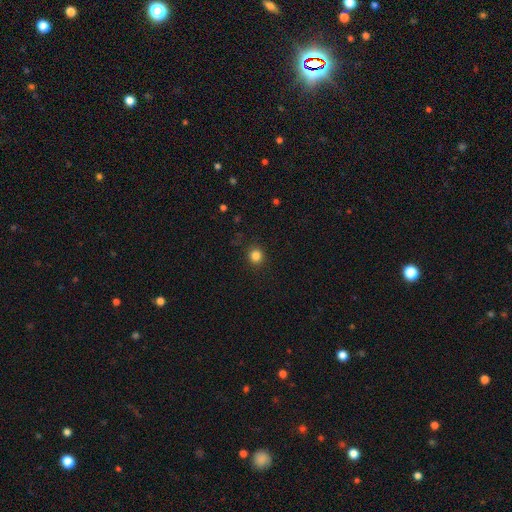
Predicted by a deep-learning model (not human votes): Smooth or featured: smooth — 84% (star or artifact — 12%)
How rounded: round — 89% (in between — 10%)
Merging: none — 90% (minor disturbance — 7%)